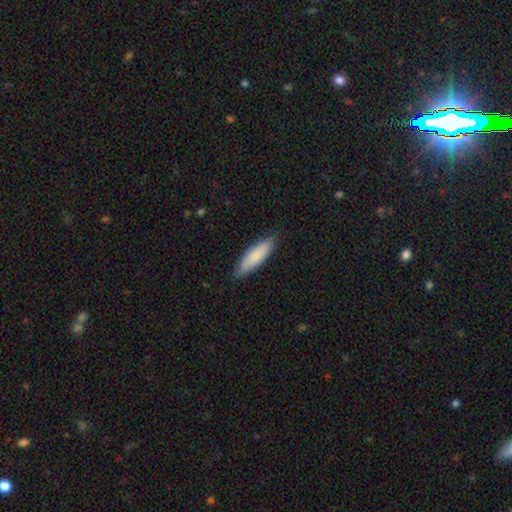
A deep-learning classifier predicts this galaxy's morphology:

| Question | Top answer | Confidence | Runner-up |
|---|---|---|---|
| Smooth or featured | smooth | 81% | featured or disk (14%) |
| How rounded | cigar-shaped | 56% | in between (43%) |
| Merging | none | 84% | minor disturbance (13%) |